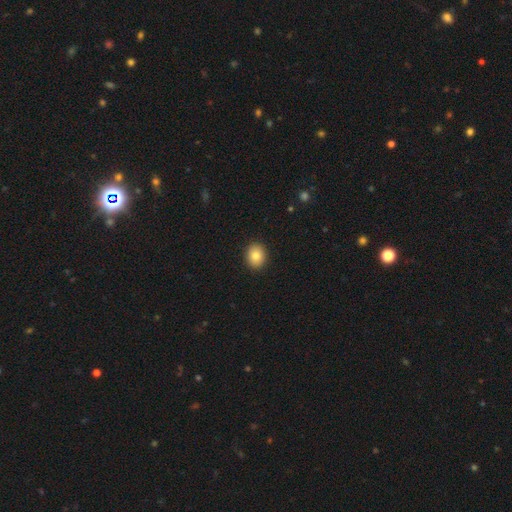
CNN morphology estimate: A smooth galaxy with no disk features (83%) that is round (60%). Merging: none (92%).